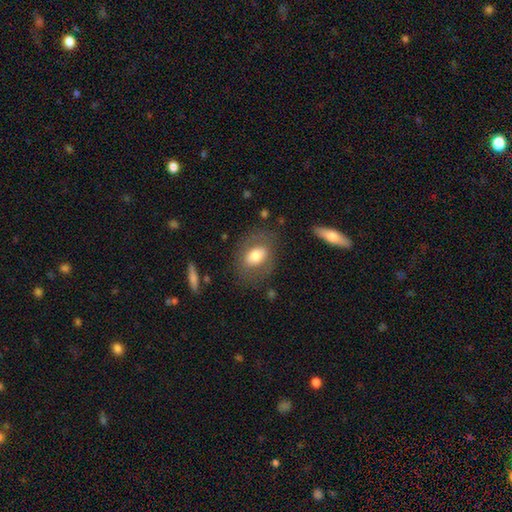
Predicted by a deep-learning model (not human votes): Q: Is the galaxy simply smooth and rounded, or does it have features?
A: smooth — 62%.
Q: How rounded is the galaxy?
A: in between — 77%.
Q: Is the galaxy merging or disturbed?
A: none — 74%.